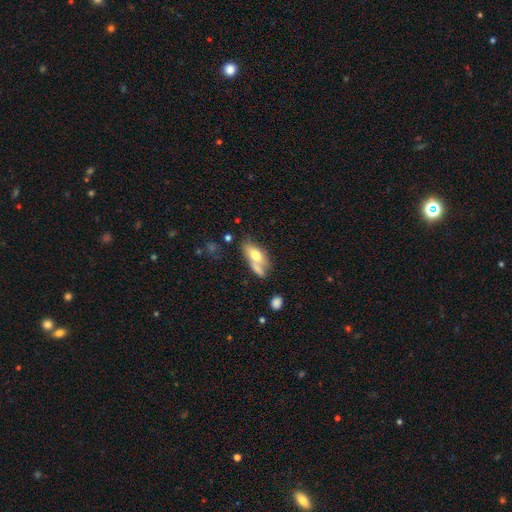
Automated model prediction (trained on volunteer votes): smooth_or_featured: smooth (p=0.67) [alt: featured or disk p=0.26]
how_rounded: in between (p=0.80) [alt: cigar-shaped p=0.14]
merging: none (p=0.37) [alt: merger p=0.35]